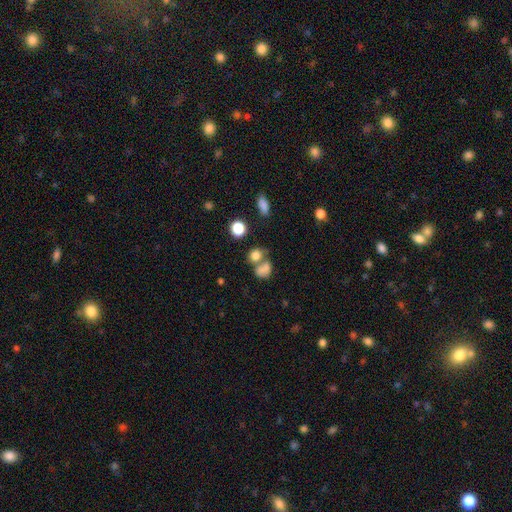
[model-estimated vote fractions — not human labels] This appears to be a smooth galaxy with no disk features (78%) that is round (52%). Merging: merger (49%).